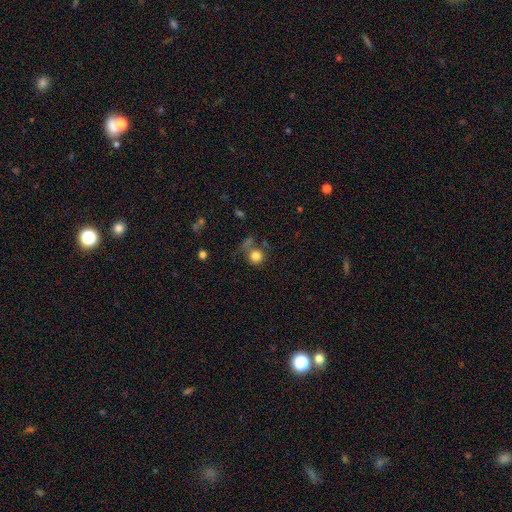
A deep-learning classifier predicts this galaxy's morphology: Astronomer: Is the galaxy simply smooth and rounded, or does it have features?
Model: smooth — 82%.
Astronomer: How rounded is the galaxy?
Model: round — 91%.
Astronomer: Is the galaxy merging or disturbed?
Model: none — 60%.